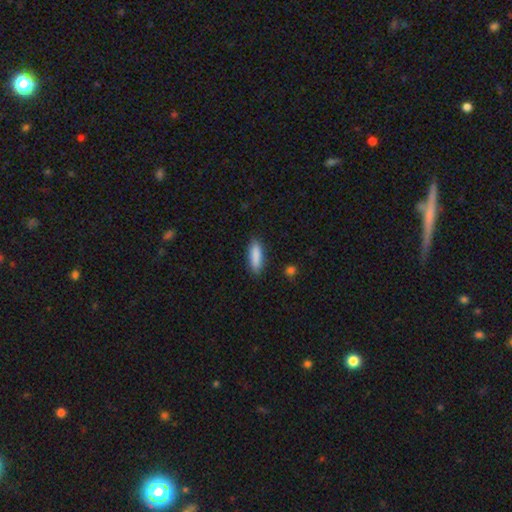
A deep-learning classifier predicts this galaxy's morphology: Smooth or featured: smooth — 88% (featured or disk — 6%)
How rounded: in between — 49% (tied with cigar-shaped — 49%)
Merging: none — 86% (minor disturbance — 10%)